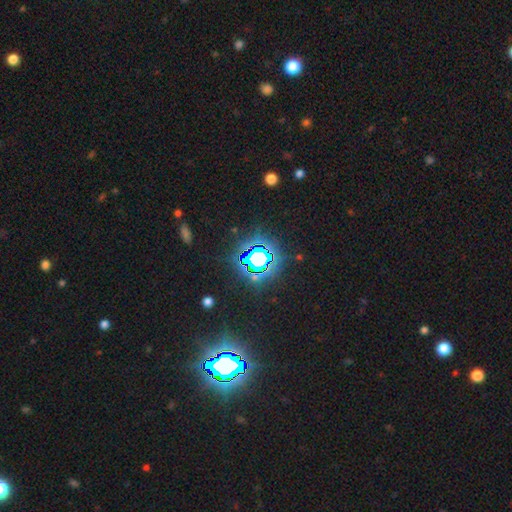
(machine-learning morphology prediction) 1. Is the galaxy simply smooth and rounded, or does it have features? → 83% star or artifact, 11% smooth, 7% featured or disk.